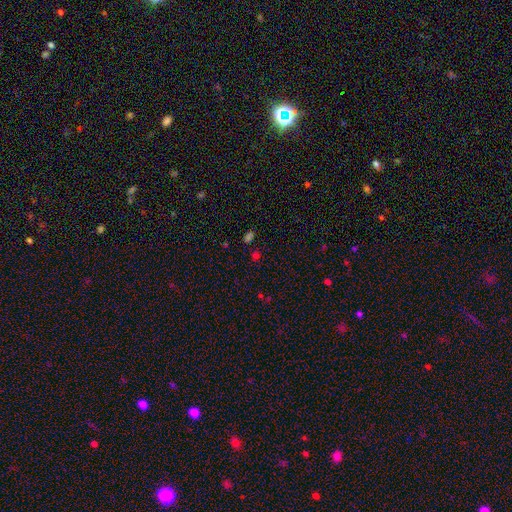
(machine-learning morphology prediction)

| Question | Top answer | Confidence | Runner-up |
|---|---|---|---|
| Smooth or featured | smooth | 60% | star or artifact (34%) |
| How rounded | in between | 62% | round (36%) |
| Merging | none | 78% | minor disturbance (12%) |